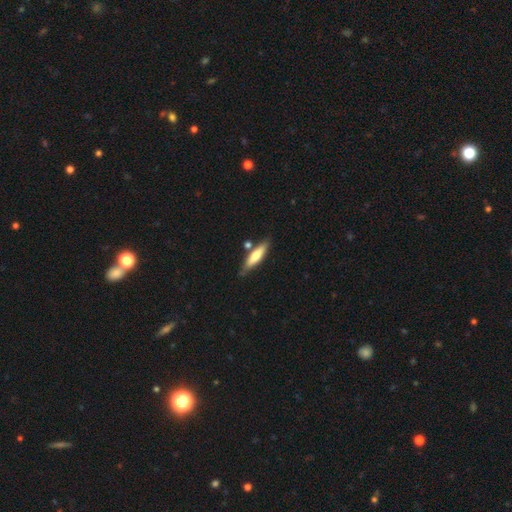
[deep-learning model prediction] smooth_or_featured: smooth (p=0.64) [alt: featured or disk p=0.31]
how_rounded: cigar-shaped (p=0.73) [alt: in between p=0.26]
merging: none (p=0.75) [alt: minor disturbance p=0.14]